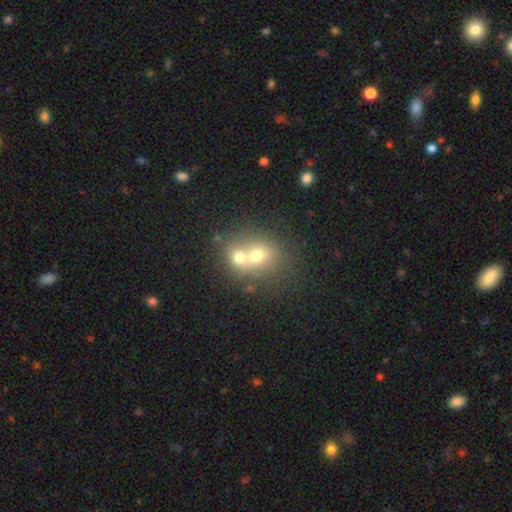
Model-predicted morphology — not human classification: type=smooth (64%); roundness=round (65%); merging=merger (67%).